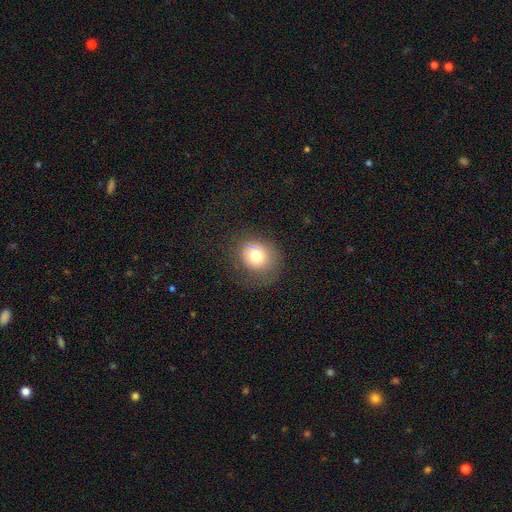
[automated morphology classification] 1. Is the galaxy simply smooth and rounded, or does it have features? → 73% smooth, 15% featured or disk, 12% star or artifact.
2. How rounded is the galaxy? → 77% round, 22% in between, 1% cigar-shaped.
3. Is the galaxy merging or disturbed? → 65% none, 21% minor disturbance, 13% major disturbance, 1% merger.